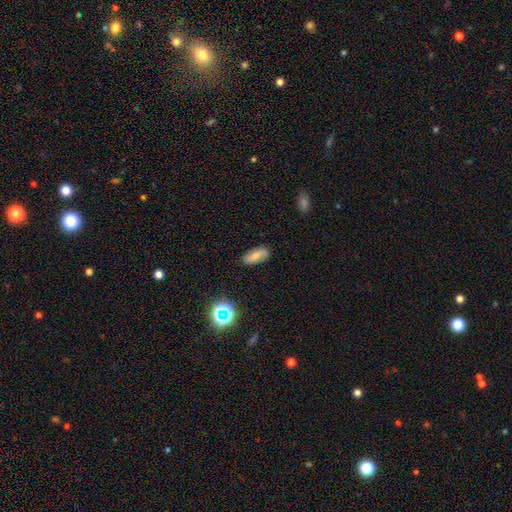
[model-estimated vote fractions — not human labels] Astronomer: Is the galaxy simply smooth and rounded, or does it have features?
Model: smooth — 64%.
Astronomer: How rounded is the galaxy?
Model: in between — 80%.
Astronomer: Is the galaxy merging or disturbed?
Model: none — 82%.